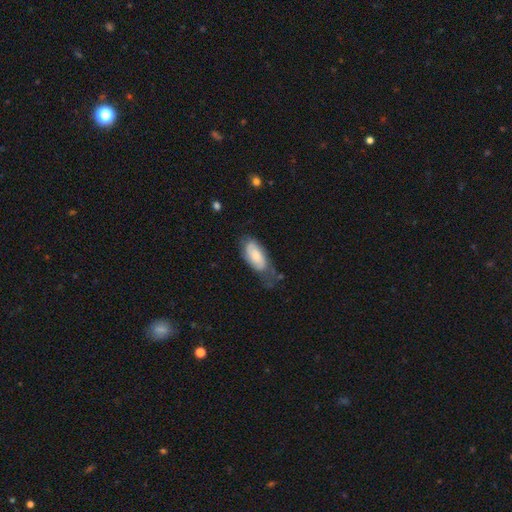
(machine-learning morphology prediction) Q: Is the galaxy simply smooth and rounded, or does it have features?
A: smooth — 58%.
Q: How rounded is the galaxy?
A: in between — 87%.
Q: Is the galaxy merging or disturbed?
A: none — 40%.